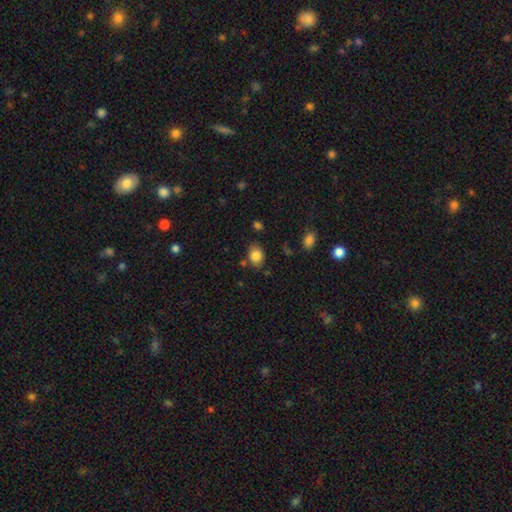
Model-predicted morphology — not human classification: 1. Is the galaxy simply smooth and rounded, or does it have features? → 83% smooth, 9% star or artifact, 8% featured or disk.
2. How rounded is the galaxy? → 69% in between, 30% round, 1% cigar-shaped.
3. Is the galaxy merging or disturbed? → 76% none, 15% minor disturbance, 5% merger, 4% major disturbance.